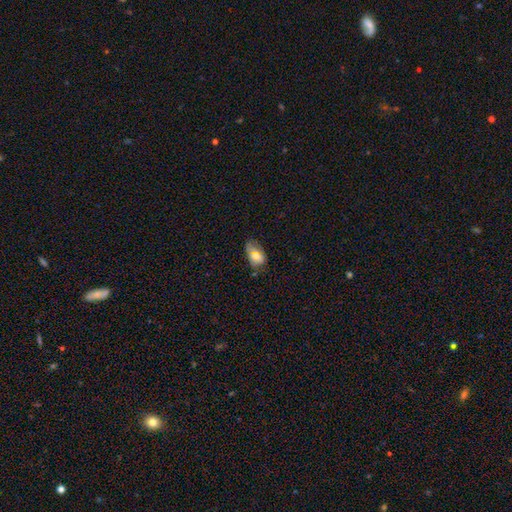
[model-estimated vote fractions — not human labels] This is likely a smooth galaxy (70%). How rounded: clearly in between (87%). Merging: marginally minor disturbance (40%).